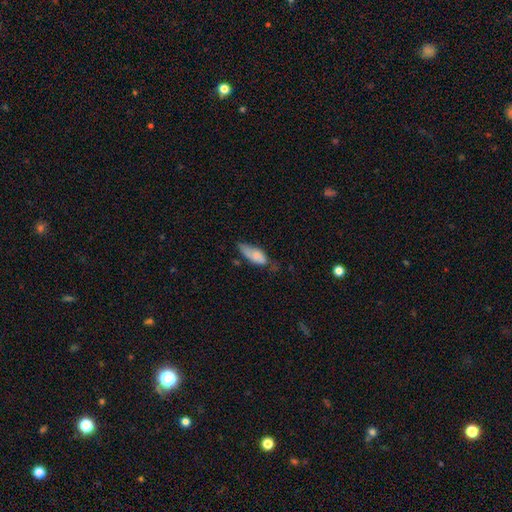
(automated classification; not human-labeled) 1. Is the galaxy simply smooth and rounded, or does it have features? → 77% smooth, 16% featured or disk, 7% star or artifact.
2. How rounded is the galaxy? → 78% in between, 20% cigar-shaped, 2% round.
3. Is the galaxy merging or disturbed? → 42% minor disturbance, 35% none, 18% major disturbance, 5% merger.